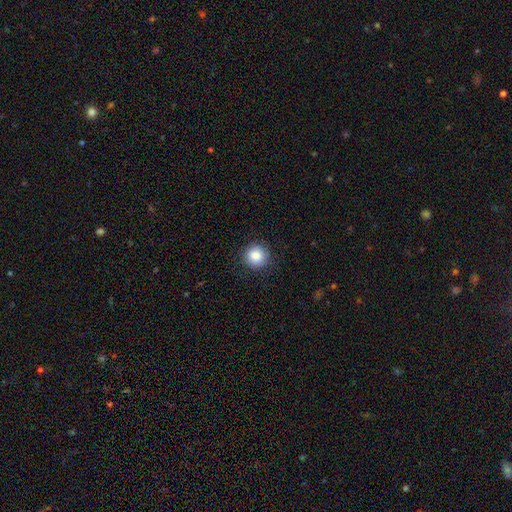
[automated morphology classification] Overall: smooth (85%). How rounded: round (94%). Merging: none (89%).